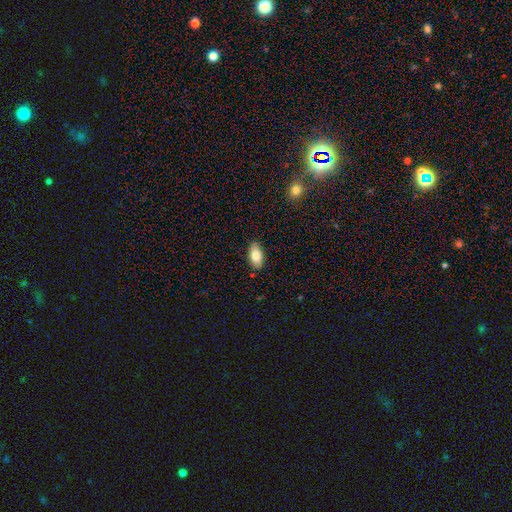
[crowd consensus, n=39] Smooth or featured? 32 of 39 (82%) said smooth. How rounded? 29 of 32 (91%) said in between. Merging? 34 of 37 (92%) said none.